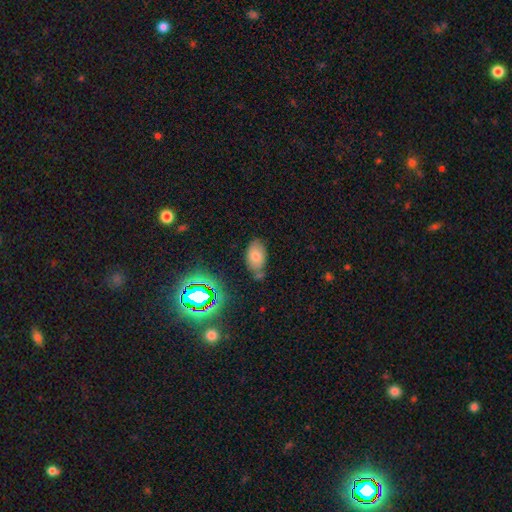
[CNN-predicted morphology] A smooth galaxy with no disk features (72%) that is in between round and cigar-shaped (91%). Merging: none (63%).